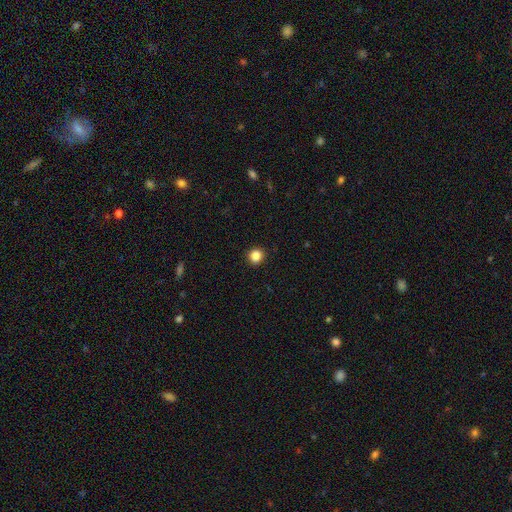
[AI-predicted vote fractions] A smooth galaxy with no disk features (86%) that is round (88%).

Vote fractions:
- Smooth or featured? smooth: 86% / star or artifact: 11% / featured or disk: 3%
- How rounded? round: 88% / in between: 11% / cigar-shaped: 1%
- Merging? none: 92% / minor disturbance: 6% / major disturbance: 2% / merger: 1%